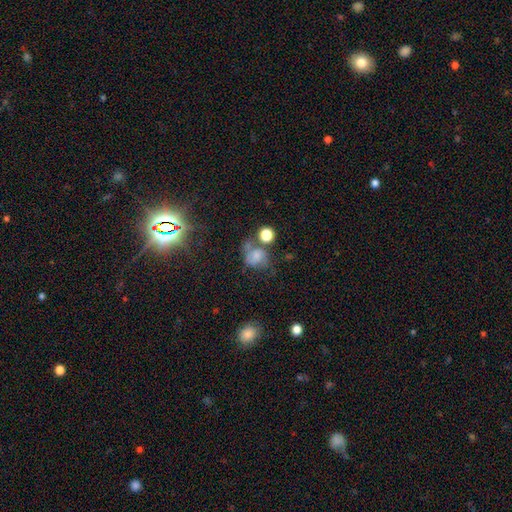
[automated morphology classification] Smooth or featured?
  - smooth: 53% *
  - featured or disk: 29%
  - star or artifact: 17%
How rounded?
  - round: 66% *
  - in between: 33%
  - cigar-shaped: 1%
Merging?
  - none: 36% *
  - merger: 23%
  - minor disturbance: 21%
  - major disturbance: 20%